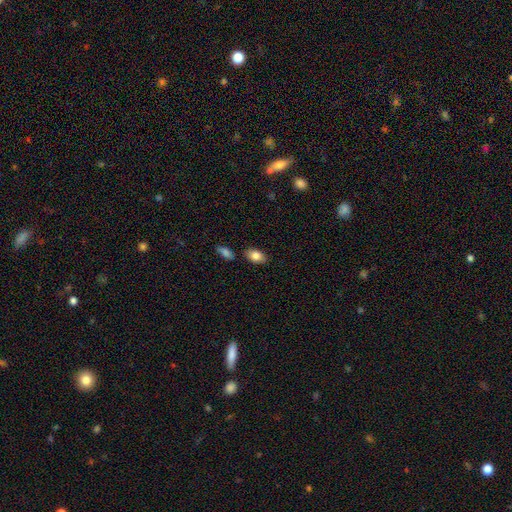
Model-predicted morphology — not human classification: This appears to be a smooth galaxy with no disk features (83%) that is in between round and cigar-shaped (90%). Merging: none (83%).